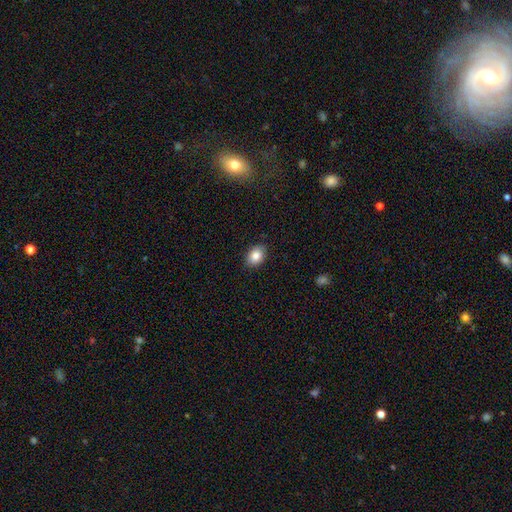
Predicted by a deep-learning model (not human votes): Smooth or featured? smooth (85%)
How rounded? in between (73%)
Merging? none (88%)